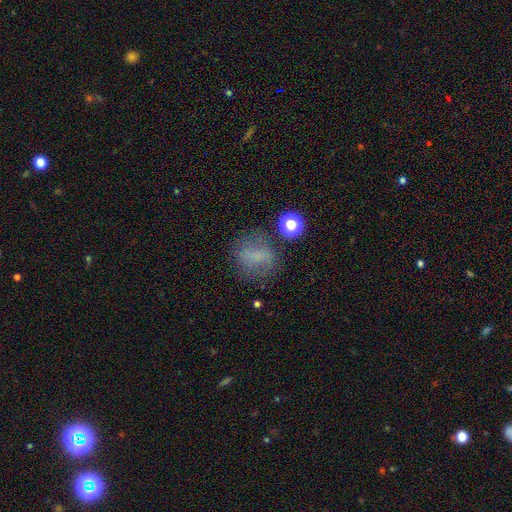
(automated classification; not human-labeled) Smooth or featured? smooth (61%)
How rounded? round (61%)
Merging? none (67%)